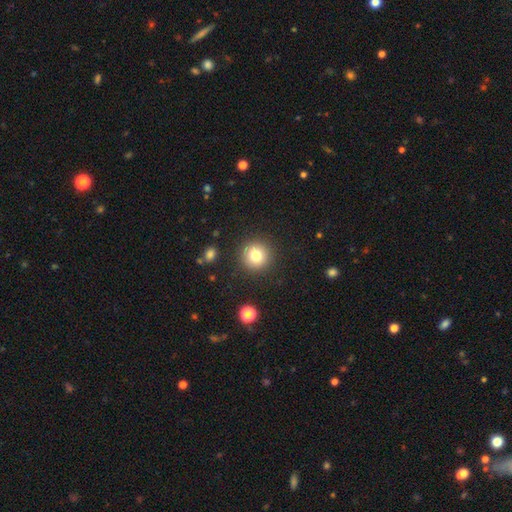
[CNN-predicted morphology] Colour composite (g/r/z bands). It shows a smooth galaxy with no disk features (78%) that is round (94%). Merging: none (89%).